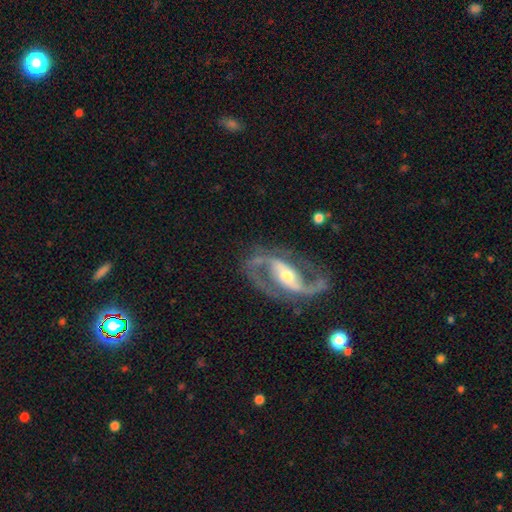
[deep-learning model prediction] smooth-or-featured: featured or disk: 88% | star or artifact: 7% | smooth: 5%
  disk-edge-on: no: 94% | yes: 6%
    bar: strong: 46% | weak: 35% | no: 19%
    has-spiral-arms: yes: 94% | no: 6%
      spiral-winding: medium: 52% | loose: 26% | tight: 21%
      spiral-arm-count: 2: 91% | can't tell: 3% | 1: 2% | 3: 1% | 4: 1% | more than 4: 1%
    bulge-size: moderate: 58% | small: 32% | large: 7% | none: 2% | dominant: 1%
  merging: none: 74% | minor disturbance: 13% | major disturbance: 9% | merger: 3%